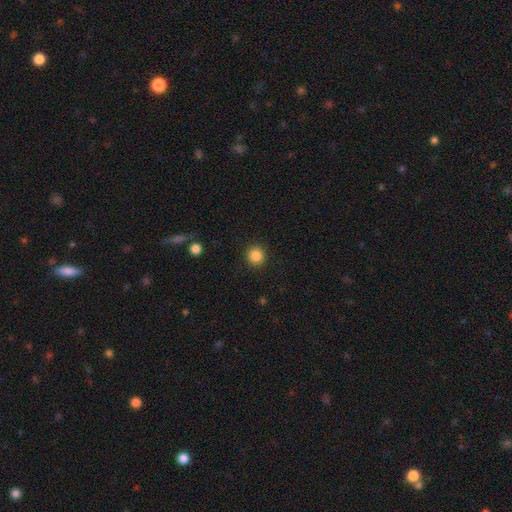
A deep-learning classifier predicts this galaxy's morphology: Overall: smooth (86%). How rounded: round (93%). Merging: none (92%).